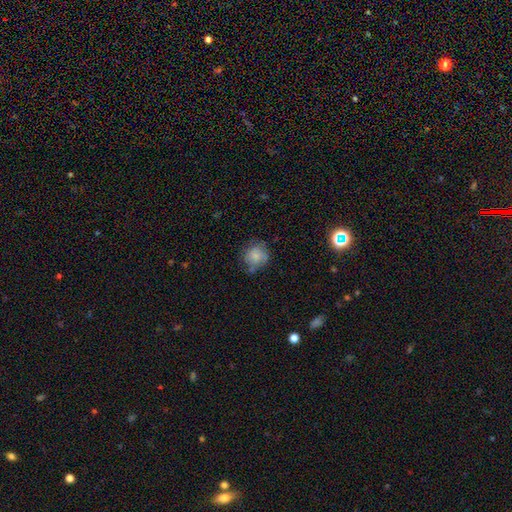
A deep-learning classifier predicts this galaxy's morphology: This is likely a smooth galaxy (74%). How rounded: clearly round (85%). Merging: likely none (62%).